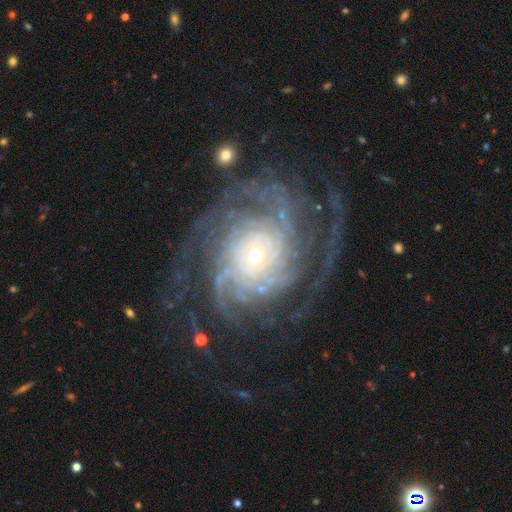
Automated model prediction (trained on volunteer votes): featured or disk 91%, star or artifact 5%, smooth 4%. Down the decision tree: edge-on disk — no (98%); bar — no (75%); spiral arms — yes (98%); spiral arm count — can't tell (23%); spiral winding — tight (69%); bulge size — small (68%); merging — none (68%).